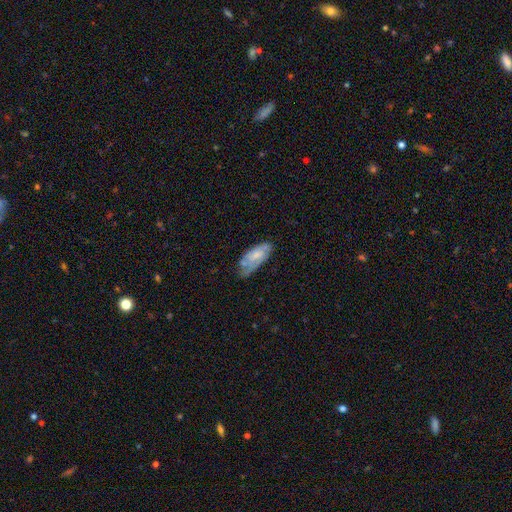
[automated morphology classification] Smooth or featured? smooth (53%)
How rounded? in between (84%)
Merging? none (44%)